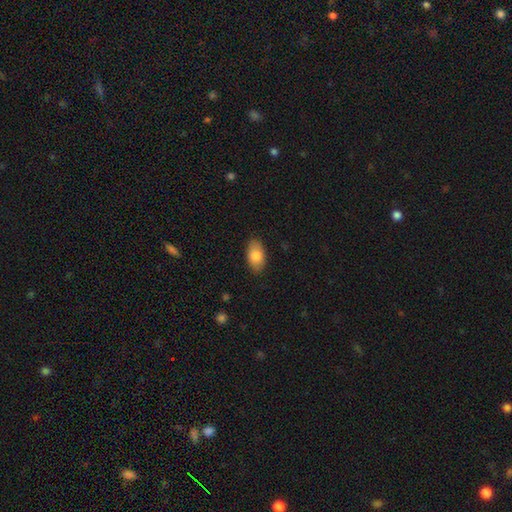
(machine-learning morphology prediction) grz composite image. It shows a smooth galaxy with no disk features (83%) that is in between round and cigar-shaped (94%). Merging: none (86%).